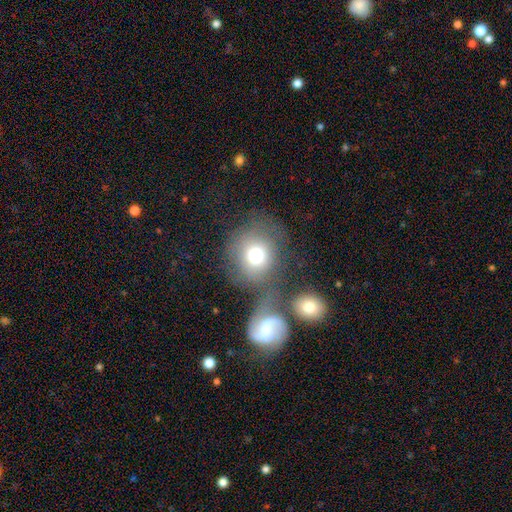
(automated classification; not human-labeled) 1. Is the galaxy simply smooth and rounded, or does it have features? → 72% smooth, 17% featured or disk, 11% star or artifact.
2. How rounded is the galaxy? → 81% round, 18% in between, 1% cigar-shaped.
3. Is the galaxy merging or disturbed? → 49% none, 26% merger, 13% minor disturbance, 11% major disturbance.